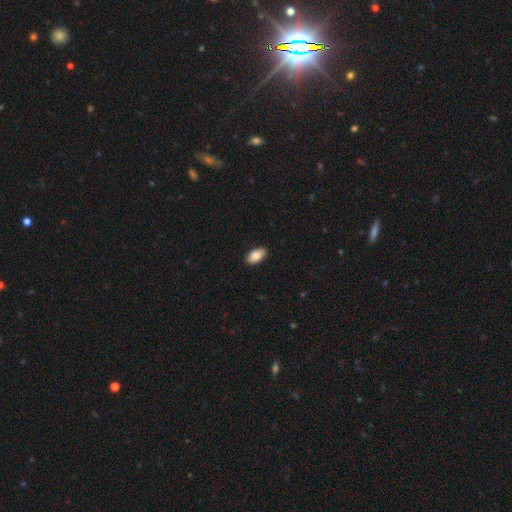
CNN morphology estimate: This appears to be a smooth galaxy with no disk features (89%) that is in between round and cigar-shaped (94%). Merging: none (88%).